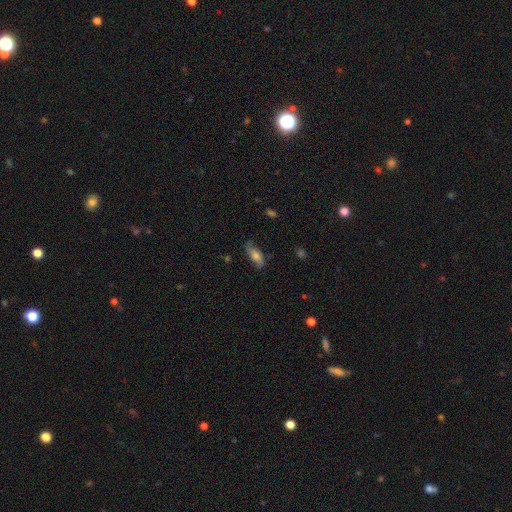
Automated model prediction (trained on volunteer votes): This is possibly a smooth galaxy (56%). How rounded: likely in between (70%). Merging: likely none (75%).